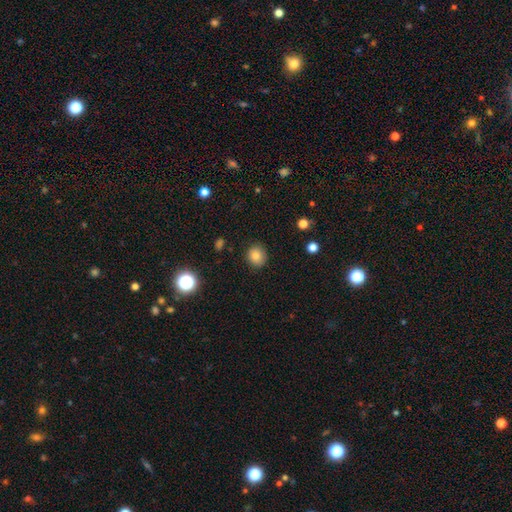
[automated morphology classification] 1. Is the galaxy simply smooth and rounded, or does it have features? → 82% smooth, 12% star or artifact, 6% featured or disk.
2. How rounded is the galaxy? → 79% round, 20% in between, 1% cigar-shaped.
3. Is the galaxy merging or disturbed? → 88% none, 9% minor disturbance, 3% major disturbance, 1% merger.